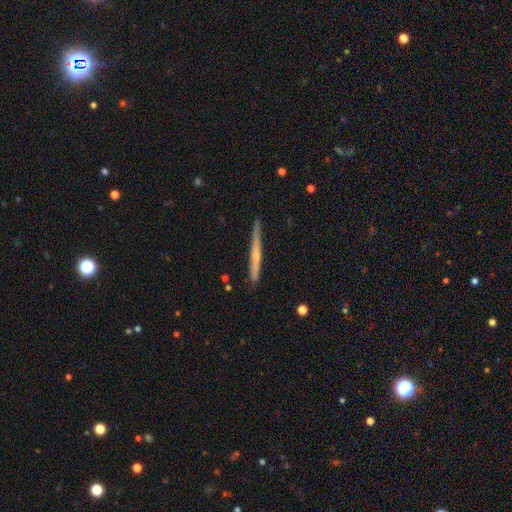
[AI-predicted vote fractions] A featured or disk galaxy (65%) viewed edge-on (98%) with a rounded central bulge (58%). Merging: none (87%).